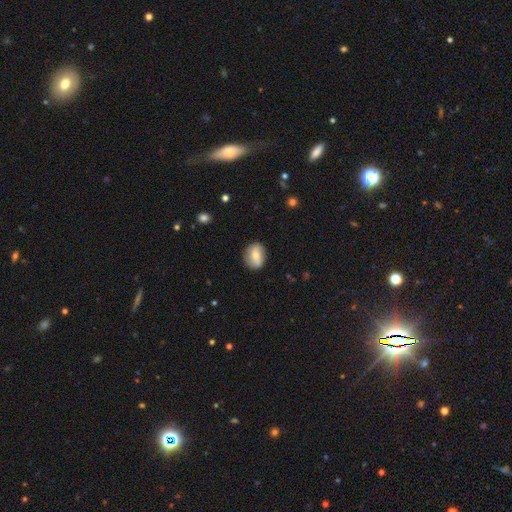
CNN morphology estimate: Smooth or featured? smooth (63%)
How rounded? in between (60%)
Merging? none (83%)